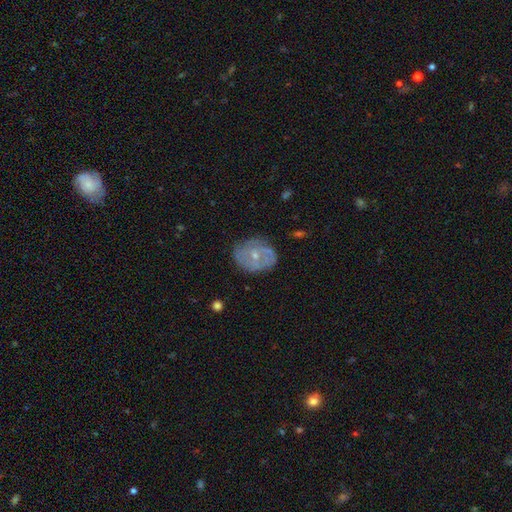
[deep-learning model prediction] Smooth or featured: featured or disk — 65% (smooth — 27%)
Edge-on disk: no — 97% (yes — 3%)
Bar: no — 65% (weak — 29%)
Spiral arms: yes — 72% (no — 28%)
Bulge size: small — 62% (moderate — 34%)
Merging: none — 68% (minor disturbance — 23%)